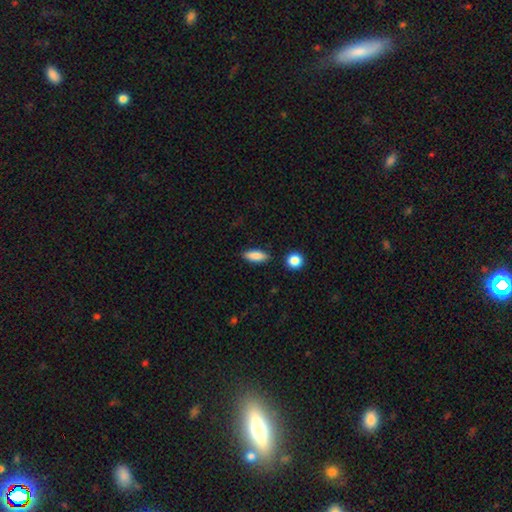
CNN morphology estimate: smooth_or_featured: smooth (p=0.85) [alt: featured or disk p=0.08]
how_rounded: in between (p=0.71) [alt: cigar-shaped p=0.26]
merging: none (p=0.86) [alt: minor disturbance p=0.09]